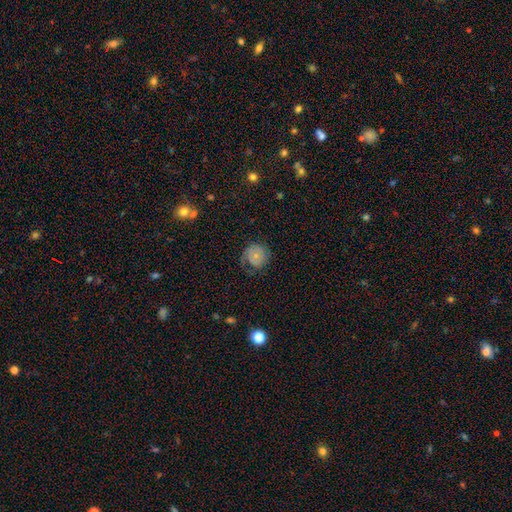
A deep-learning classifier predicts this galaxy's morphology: Q: Smooth or featured?
A: smooth (53%); runner-up: featured or disk (38%)
Q: How rounded?
A: round (87%); runner-up: in between (12%)
Q: Merging?
A: none (60%); runner-up: minor disturbance (24%)